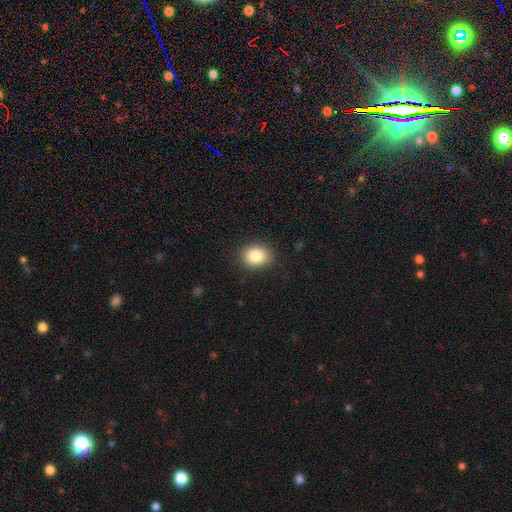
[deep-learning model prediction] smooth-or-featured: smooth: 85% | star or artifact: 9% | featured or disk: 6%
  how-rounded: in between: 52% | round: 47% | cigar-shaped: 1%
  merging: none: 87% | minor disturbance: 9% | major disturbance: 3% | merger: 1%